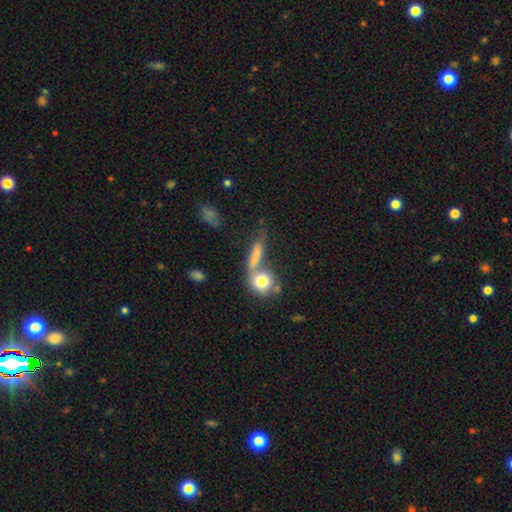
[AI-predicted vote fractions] Smooth or featured: smooth — 71% (featured or disk — 20%)
How rounded: in between — 38% (cigar-shaped — 37%)
Merging: merger — 39% (none — 37%)